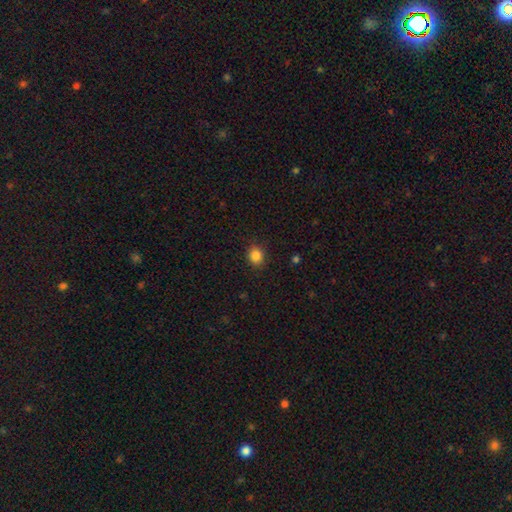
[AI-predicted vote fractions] Morphology: type=smooth (85%); roundness=round (71%); merging=none (88%).